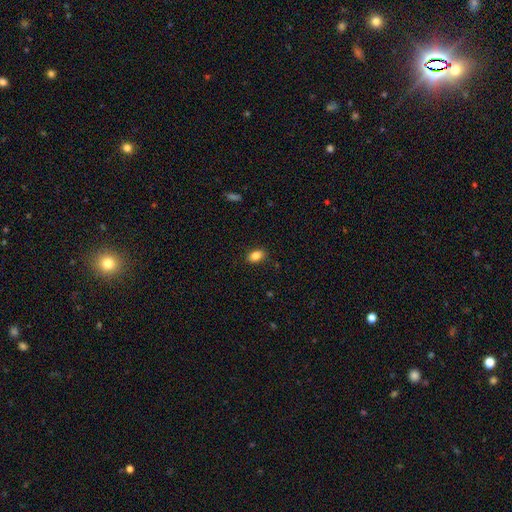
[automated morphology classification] A smooth galaxy with no disk features (85%) that is in between round and cigar-shaped (86%).

Vote fractions:
- Smooth or featured? smooth: 85% / star or artifact: 9% / featured or disk: 6%
- How rounded? in between: 86% / round: 12% / cigar-shaped: 2%
- Merging? none: 86% / minor disturbance: 10% / major disturbance: 2% / merger: 1%